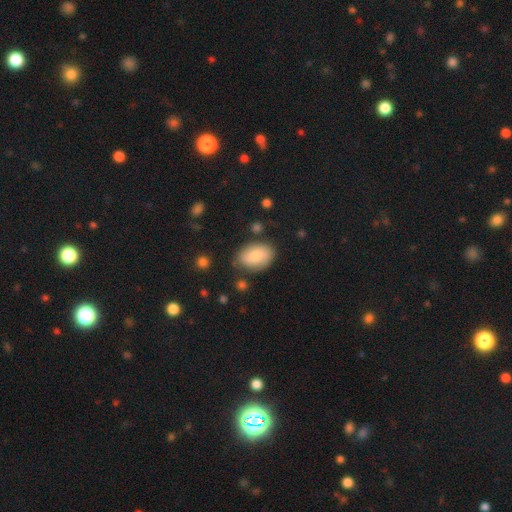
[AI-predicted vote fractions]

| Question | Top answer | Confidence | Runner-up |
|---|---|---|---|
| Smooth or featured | smooth | 75% | featured or disk (18%) |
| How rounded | in between | 85% | round (14%) |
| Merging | none | 73% | minor disturbance (19%) |